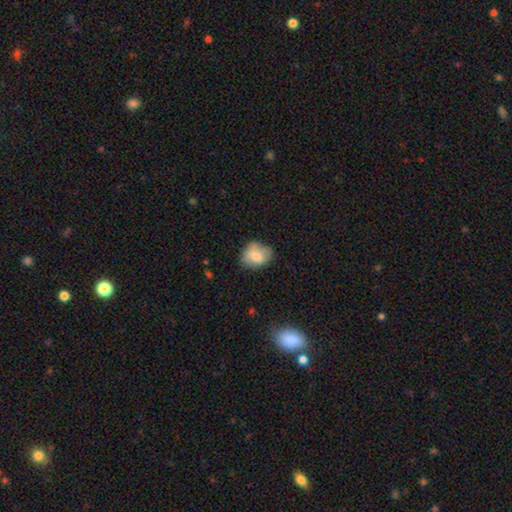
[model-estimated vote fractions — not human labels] This is likely a smooth galaxy (74%). How rounded: possibly in between (51%). Merging: likely none (61%).